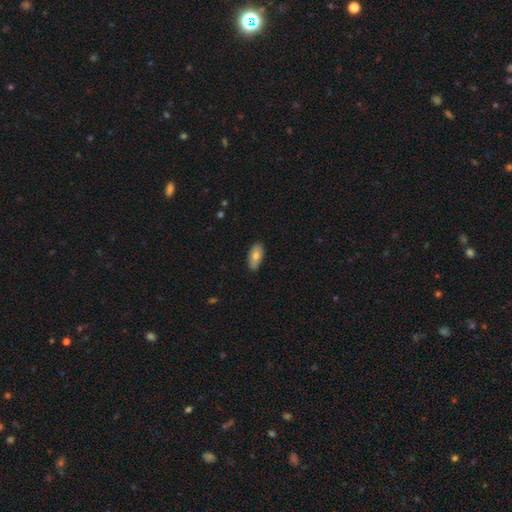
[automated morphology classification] The model was most divided on "smooth or featured": smooth: 73%, featured or disk: 21%, star or artifact: 6%. More confident: how rounded — in between (90%); merging — none (82%).